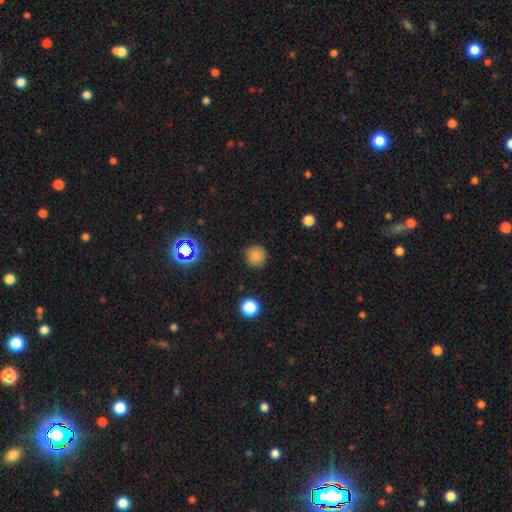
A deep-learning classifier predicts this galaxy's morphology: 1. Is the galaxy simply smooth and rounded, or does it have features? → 80% smooth, 15% star or artifact, 5% featured or disk.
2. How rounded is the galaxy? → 94% round, 5% in between, 1% cigar-shaped.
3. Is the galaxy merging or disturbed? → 89% none, 8% minor disturbance, 3% major disturbance, 1% merger.